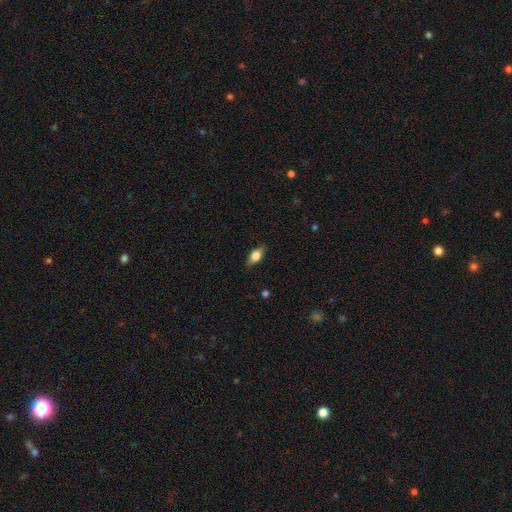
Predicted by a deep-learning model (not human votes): smooth-or-featured: smooth: 69% | featured or disk: 23% | star or artifact: 8%
  how-rounded: in between: 82% | cigar-shaped: 11% | round: 7%
  merging: none: 85% | minor disturbance: 12% | major disturbance: 2% | merger: 1%